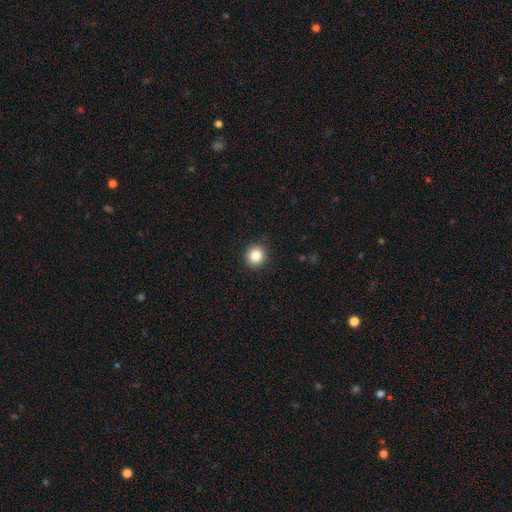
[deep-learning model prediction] A smooth galaxy with no disk features (85%) that is round (92%). Merging: none (92%).